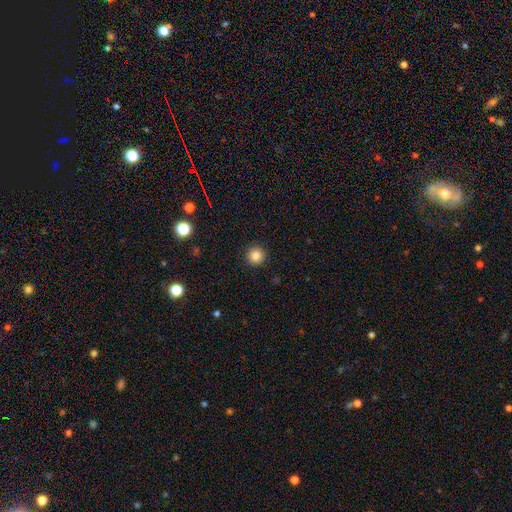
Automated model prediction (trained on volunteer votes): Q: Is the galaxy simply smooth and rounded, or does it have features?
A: smooth — 85%.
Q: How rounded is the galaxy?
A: round — 95%.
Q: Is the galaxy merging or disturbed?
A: none — 93%.